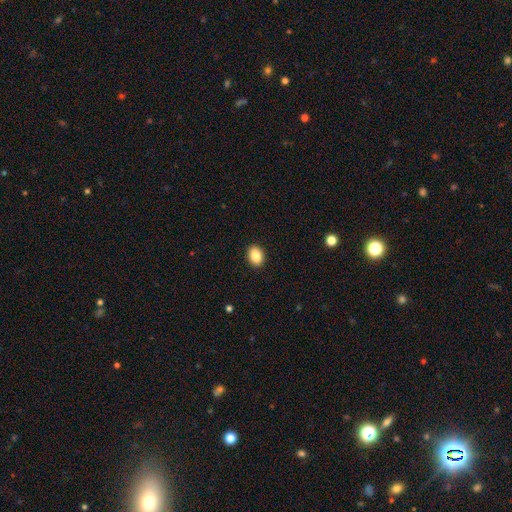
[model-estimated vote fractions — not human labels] This appears to be a smooth galaxy with no disk features (87%) that is in between round and cigar-shaped (70%). Merging: none (91%).